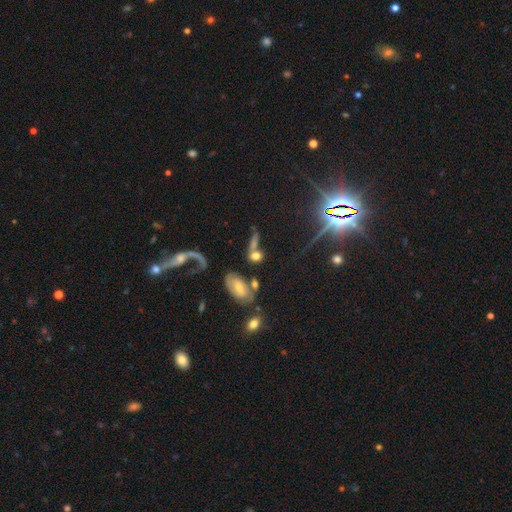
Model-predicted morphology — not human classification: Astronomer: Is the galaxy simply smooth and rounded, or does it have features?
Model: smooth — 56%.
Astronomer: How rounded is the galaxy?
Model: in between — 52% (runner-up: round, 38%).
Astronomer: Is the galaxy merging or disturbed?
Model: none — 38% (runner-up: merger, 34%).